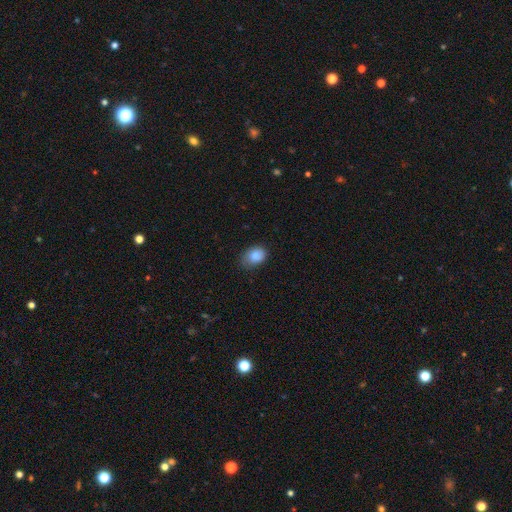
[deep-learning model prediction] A smooth galaxy with no disk features (87%) that is in between round and cigar-shaped (73%).

Vote fractions:
- Smooth or featured? smooth: 87% / star or artifact: 8% / featured or disk: 5%
- How rounded? in between: 73% / round: 26% / cigar-shaped: 1%
- Merging? none: 61% / minor disturbance: 31% / major disturbance: 7% / merger: 1%